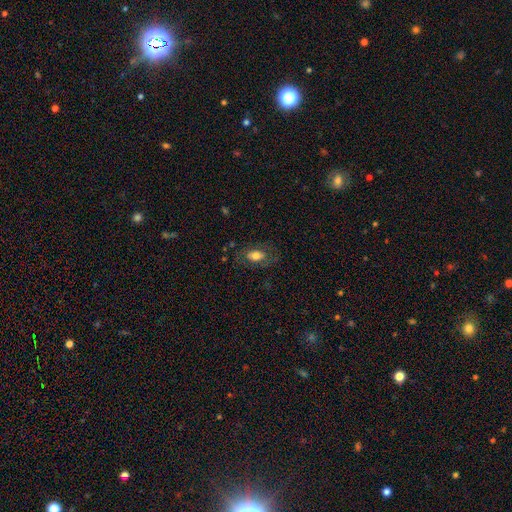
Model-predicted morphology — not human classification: smooth-or-featured: smooth: 66% | featured or disk: 26% | star or artifact: 8%
  how-rounded: in between: 88% | round: 9% | cigar-shaped: 3%
  merging: none: 71% | minor disturbance: 17% | major disturbance: 10% | merger: 1%